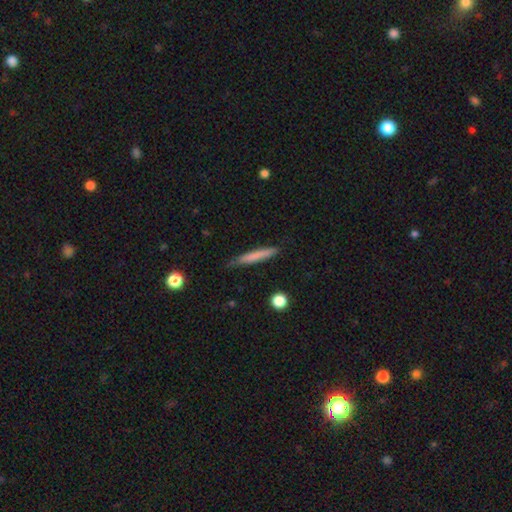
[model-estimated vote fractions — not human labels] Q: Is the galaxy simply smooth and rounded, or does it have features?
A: smooth — 73%.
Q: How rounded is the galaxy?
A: cigar-shaped — 94%.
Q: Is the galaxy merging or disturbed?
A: none — 79%.